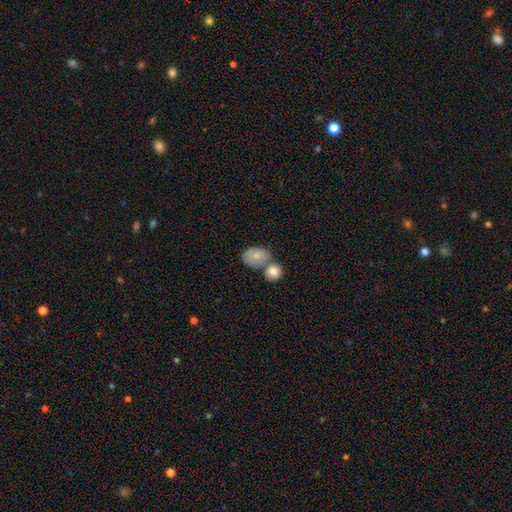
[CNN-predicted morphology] smooth-or-featured: smooth: 79% | featured or disk: 14% | star or artifact: 7%
  how-rounded: in between: 67% | round: 32% | cigar-shaped: 1%
  merging: merger: 48% | none: 36% | minor disturbance: 12% | major disturbance: 4%